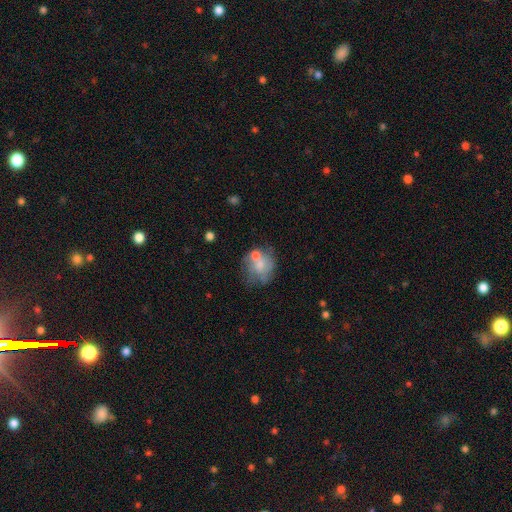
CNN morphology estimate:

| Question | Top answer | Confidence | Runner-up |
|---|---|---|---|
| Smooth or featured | smooth | 55% | featured or disk (36%) |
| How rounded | round | 61% | in between (38%) |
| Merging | none | 37% | merger (30%) |